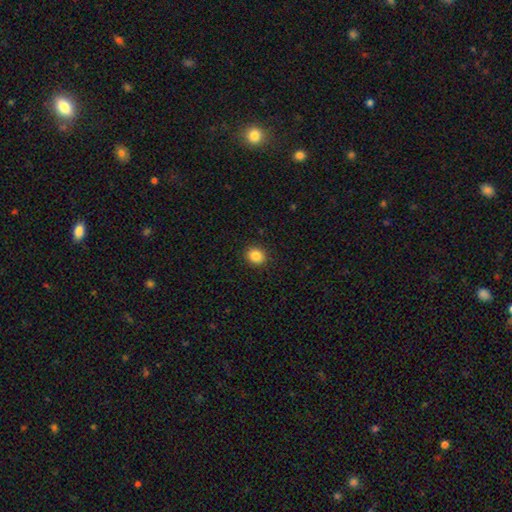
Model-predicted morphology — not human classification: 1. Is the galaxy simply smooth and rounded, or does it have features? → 86% smooth, 10% star or artifact, 4% featured or disk.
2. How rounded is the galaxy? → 71% round, 28% in between, 1% cigar-shaped.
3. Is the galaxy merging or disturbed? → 91% none, 6% minor disturbance, 2% major disturbance, 1% merger.